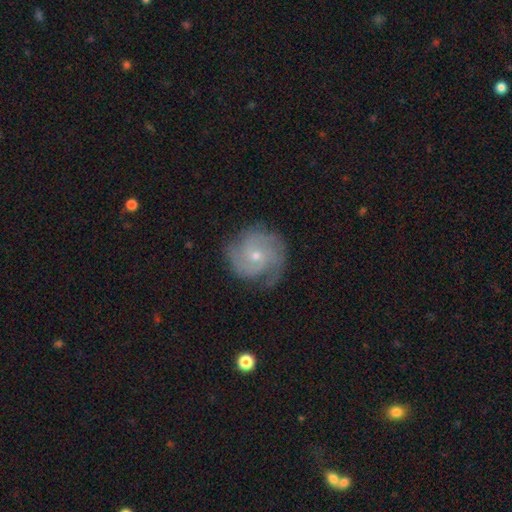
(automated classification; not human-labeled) featured or disk 78%, smooth 15%, star or artifact 7%. Down the decision tree: edge-on disk — no (98%); bar — no (69%); spiral arms — yes (94%); spiral arm count — 2 (29%); spiral winding — tight (51%); bulge size — small (65%); merging — none (71%).